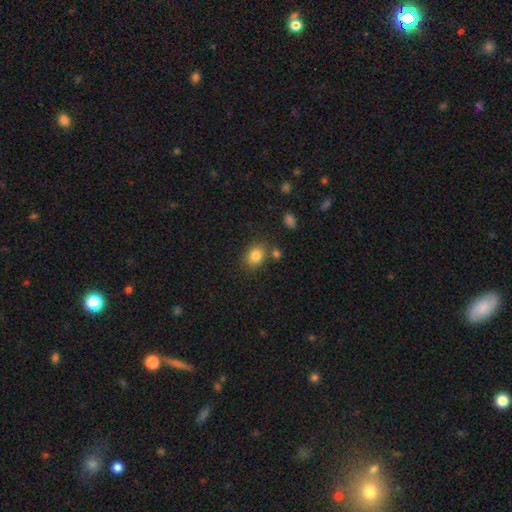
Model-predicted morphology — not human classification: smooth 83%, star or artifact 10%, featured or disk 7%. Down the decision tree: how rounded — in between (67%); merging — none (72%).